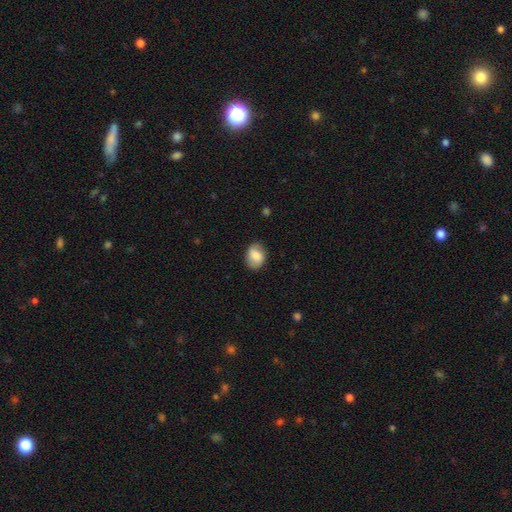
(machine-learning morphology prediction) Overall: smooth (75%). How rounded: in between (73%). Merging: none (79%).